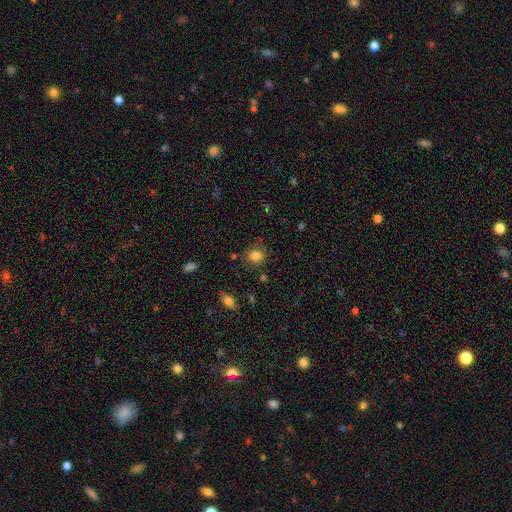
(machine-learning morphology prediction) A smooth galaxy with no disk features (83%) that is round (66%).

Vote fractions:
- Smooth or featured? smooth: 83% / star or artifact: 11% / featured or disk: 7%
- How rounded? round: 66% / in between: 33% / cigar-shaped: 1%
- Merging? none: 76% / minor disturbance: 16% / major disturbance: 5% / merger: 3%